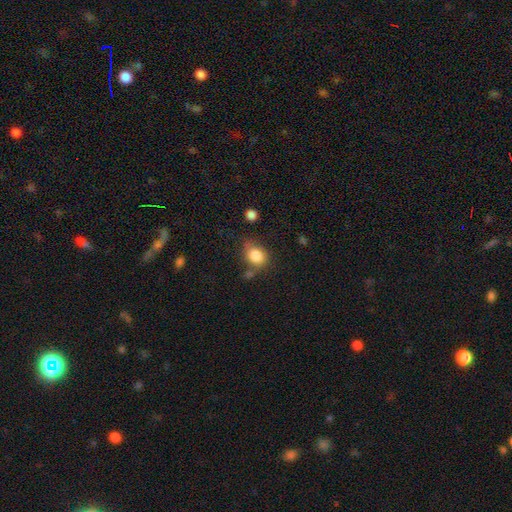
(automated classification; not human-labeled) Q: Smooth or featured?
A: smooth (83%); runner-up: star or artifact (10%)
Q: How rounded?
A: round (57%); runner-up: in between (42%)
Q: Merging?
A: none (58%); runner-up: minor disturbance (24%)